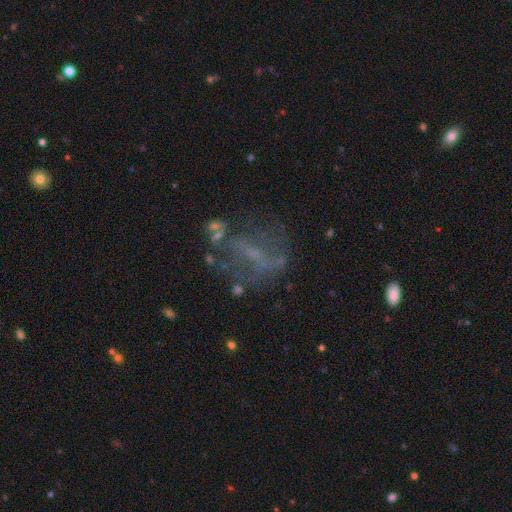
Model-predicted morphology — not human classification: A featured or disk galaxy (58%) with no bar (46%), no spiral arms (70%) and a small central bulge (44%). Merging: none (47%).